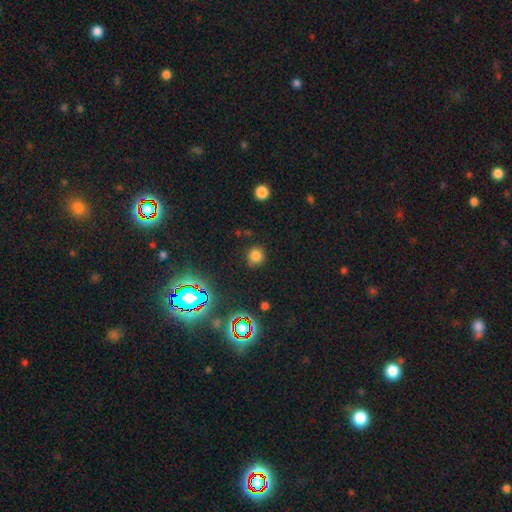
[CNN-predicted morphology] smooth_or_featured: smooth (p=0.73) [alt: star or artifact p=0.21]
how_rounded: round (p=0.90) [alt: in between p=0.09]
merging: none (p=0.85) [alt: minor disturbance p=0.10]